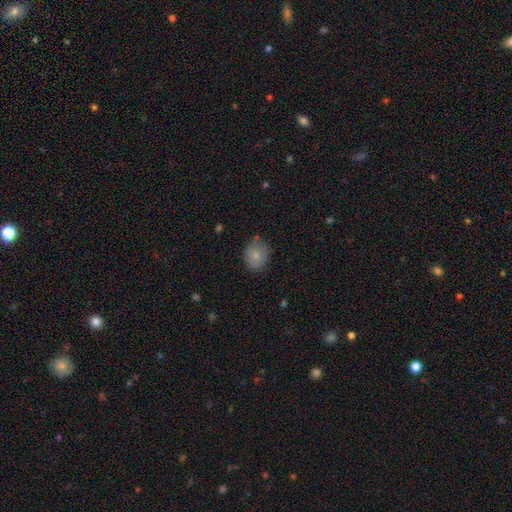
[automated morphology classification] smooth 82%, featured or disk 10%, star or artifact 8%. Down the decision tree: how rounded — round (62%); merging — none (72%).